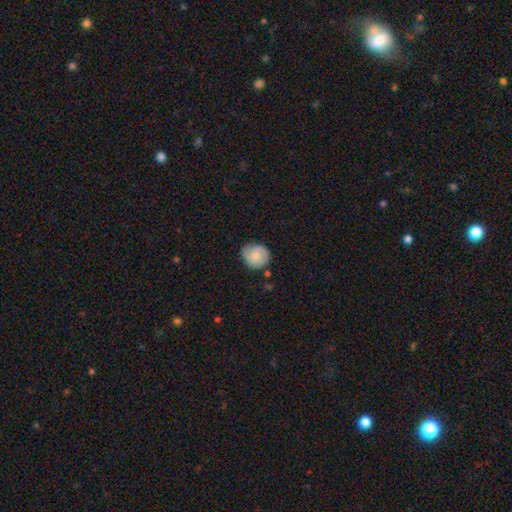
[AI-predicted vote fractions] Smooth or featured? smooth (66%)
How rounded? round (83%)
Merging? none (66%)